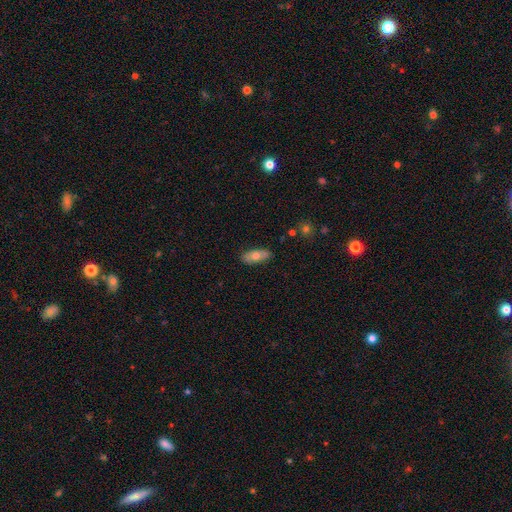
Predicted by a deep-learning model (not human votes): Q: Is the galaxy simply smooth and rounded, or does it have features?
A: smooth — 66%.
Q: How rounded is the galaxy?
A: in between — 82%.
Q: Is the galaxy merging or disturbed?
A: none — 82%.